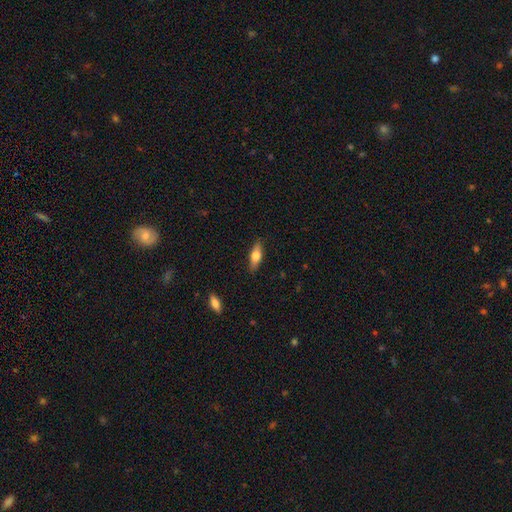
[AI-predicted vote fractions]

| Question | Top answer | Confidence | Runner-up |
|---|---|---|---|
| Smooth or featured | smooth | 66% | featured or disk (27%) |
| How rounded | in between | 62% | cigar-shaped (35%) |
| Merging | none | 87% | minor disturbance (10%) |